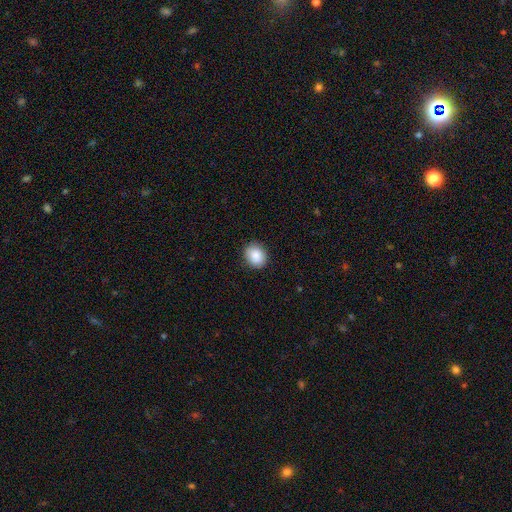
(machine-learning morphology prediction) Smooth or featured?
  - smooth: 87% *
  - star or artifact: 7%
  - featured or disk: 5%
How rounded?
  - round: 56% *
  - in between: 43%
  - cigar-shaped: 1%
Merging?
  - none: 87% *
  - minor disturbance: 10%
  - major disturbance: 2%
  - merger: 1%